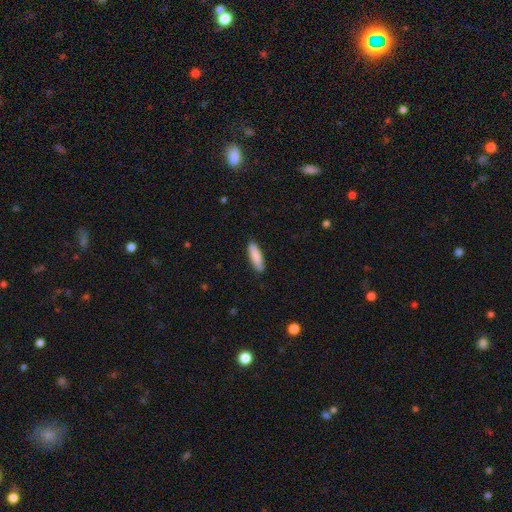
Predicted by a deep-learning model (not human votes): A smooth galaxy with no disk features (87%) that is cigar-shaped (54%). Merging: none (87%).